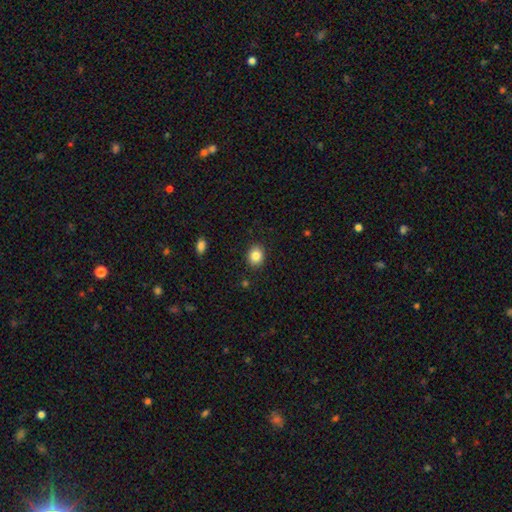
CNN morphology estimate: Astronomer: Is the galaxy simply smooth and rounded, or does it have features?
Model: smooth — 85%.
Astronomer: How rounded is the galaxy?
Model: round — 59% (runner-up: in between, 40%).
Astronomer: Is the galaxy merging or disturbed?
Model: none — 89%.